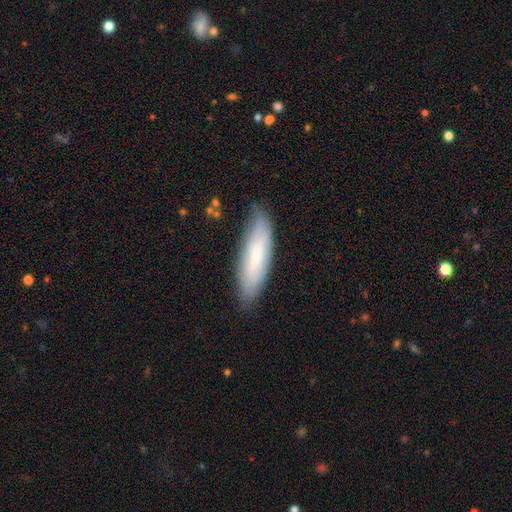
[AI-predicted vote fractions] Smooth or featured? Predicted: smooth (p=0.58). How rounded? Predicted: cigar-shaped (p=0.57). Merging? Predicted: none (p=0.76).